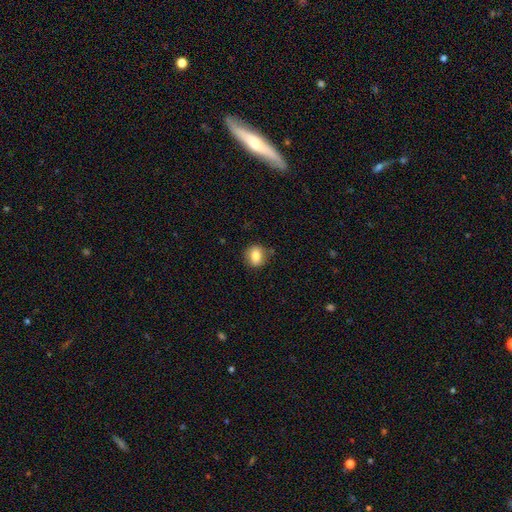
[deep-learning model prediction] smooth 79%, featured or disk 12%, star or artifact 9%. Down the decision tree: how rounded — round (59%); merging — none (80%).